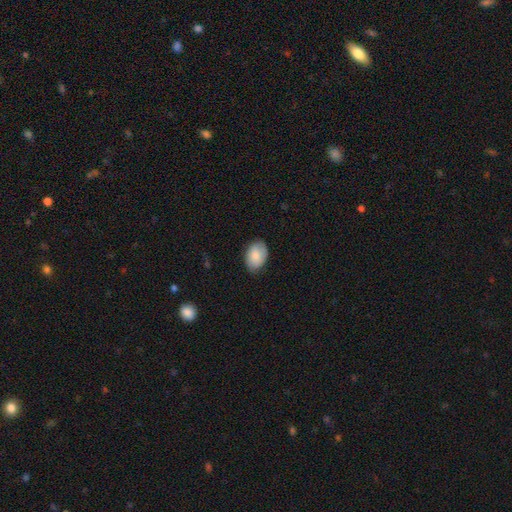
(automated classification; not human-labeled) Morphology: type=smooth (80%); roundness=in between (84%); merging=none (78%).